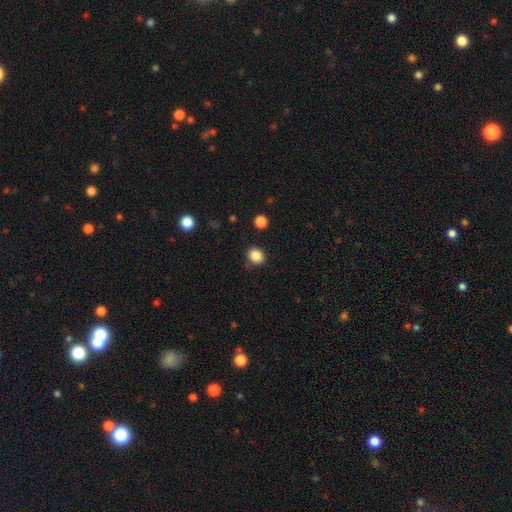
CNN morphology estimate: Smooth or featured? Predicted: smooth (p=0.86). How rounded? Predicted: round (p=0.70). Merging? Predicted: none (p=0.83).